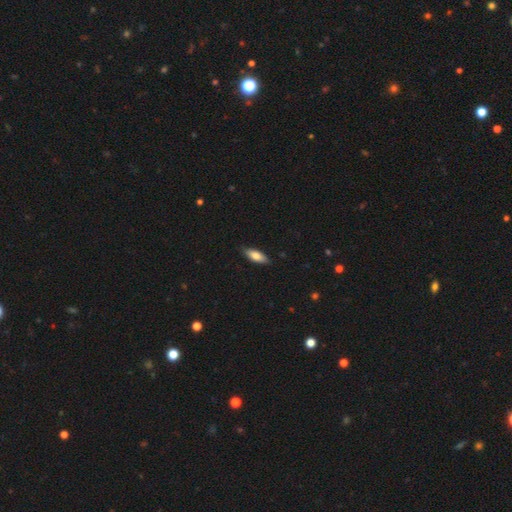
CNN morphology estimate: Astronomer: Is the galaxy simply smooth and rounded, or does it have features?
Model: smooth — 76%.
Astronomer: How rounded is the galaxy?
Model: in between — 71%.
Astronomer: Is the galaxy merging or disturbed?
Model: none — 86%.